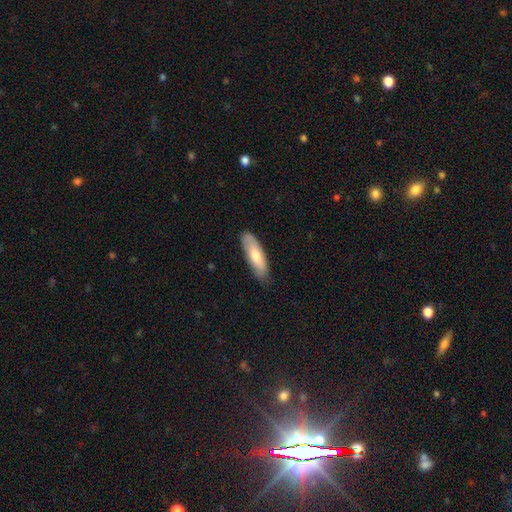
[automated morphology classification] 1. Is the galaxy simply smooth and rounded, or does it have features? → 67% smooth, 27% featured or disk, 6% star or artifact.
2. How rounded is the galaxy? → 55% cigar-shaped, 43% in between, 2% round.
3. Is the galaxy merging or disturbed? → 82% none, 14% minor disturbance, 2% major disturbance, 1% merger.